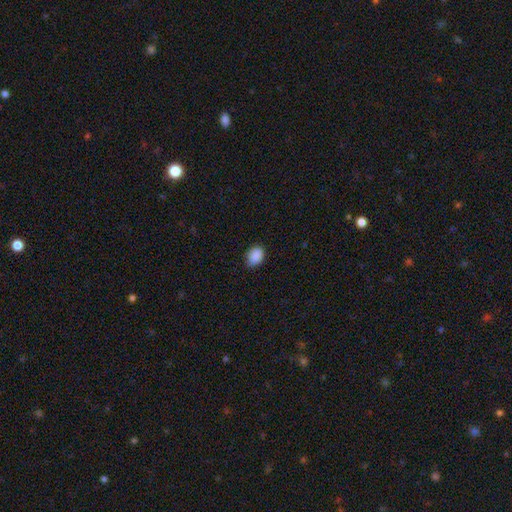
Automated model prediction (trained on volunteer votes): Morphology: type=smooth (89%); roundness=in between (74%); merging=none (80%).